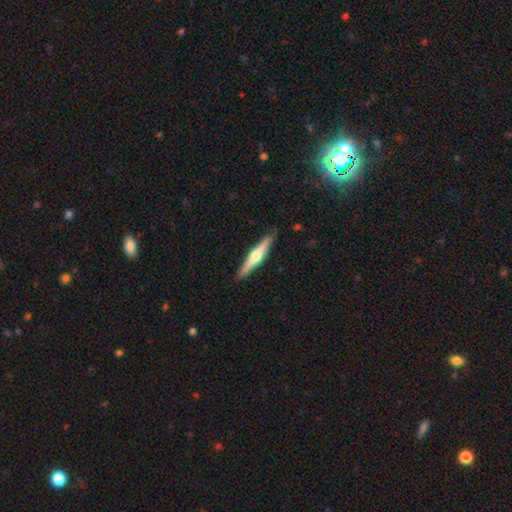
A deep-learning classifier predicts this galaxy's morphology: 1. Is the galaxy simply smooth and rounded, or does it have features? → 60% featured or disk, 34% smooth, 5% star or artifact.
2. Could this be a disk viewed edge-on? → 97% yes, 3% no.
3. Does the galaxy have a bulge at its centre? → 88% rounded, 7% boxy, 6% none.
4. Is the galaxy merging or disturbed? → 89% none, 8% minor disturbance, 2% major disturbance, 1% merger.